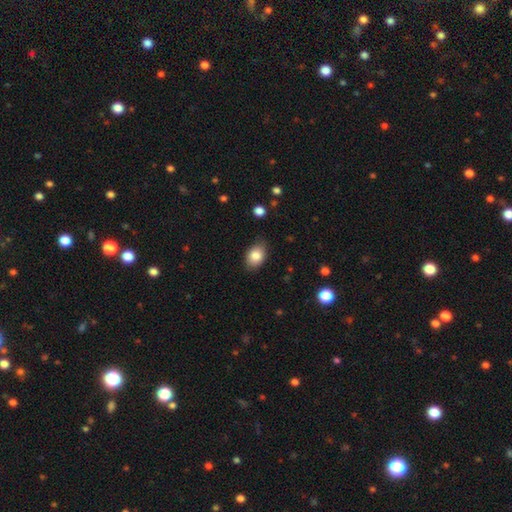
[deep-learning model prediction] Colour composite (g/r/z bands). It shows a smooth galaxy with no disk features (85%) that is in between round and cigar-shaped (78%). Merging: none (79%).